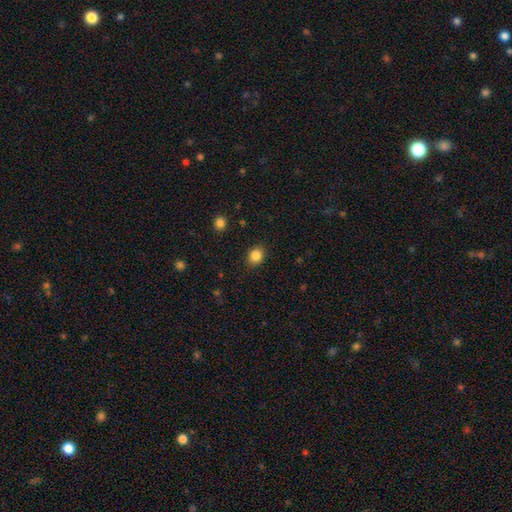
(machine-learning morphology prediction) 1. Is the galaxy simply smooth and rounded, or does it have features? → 86% smooth, 10% star or artifact, 4% featured or disk.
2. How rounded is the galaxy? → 59% round, 40% in between, 1% cigar-shaped.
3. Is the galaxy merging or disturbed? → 87% none, 9% minor disturbance, 3% major disturbance, 1% merger.